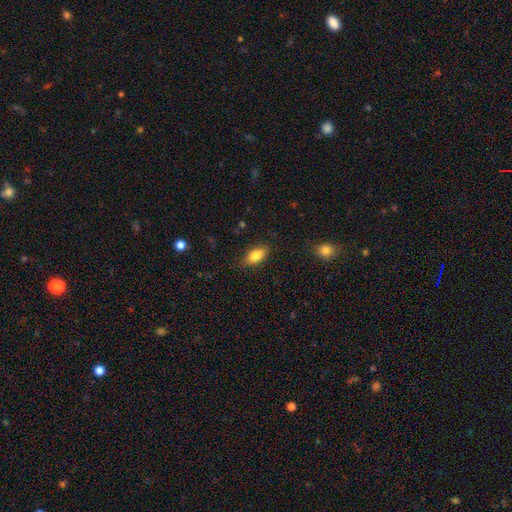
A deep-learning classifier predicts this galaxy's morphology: Smooth or featured?
  - smooth: 83% *
  - featured or disk: 10%
  - star or artifact: 8%
How rounded?
  - in between: 89% *
  - cigar-shaped: 6%
  - round: 4%
Merging?
  - none: 85% *
  - minor disturbance: 11%
  - major disturbance: 3%
  - merger: 1%